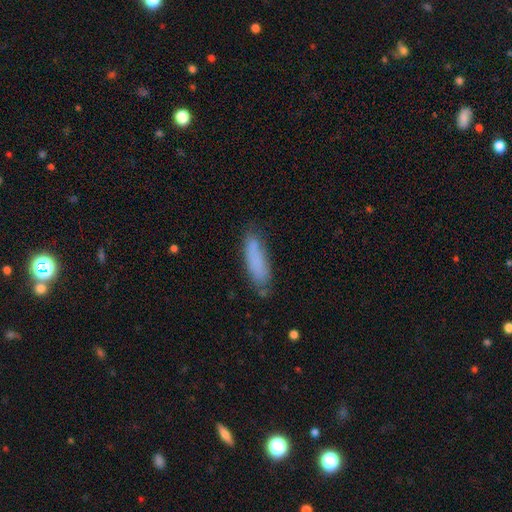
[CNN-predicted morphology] type=smooth (79%); roundness=cigar-shaped (65%); merging=none (75%).